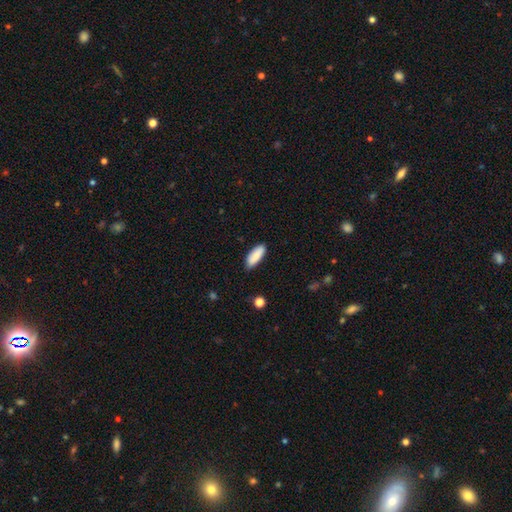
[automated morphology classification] smooth-or-featured: smooth: 88% | featured or disk: 6% | star or artifact: 6%
  how-rounded: in between: 71% | cigar-shaped: 27% | round: 2%
  merging: none: 84% | minor disturbance: 12% | major disturbance: 2% | merger: 1%